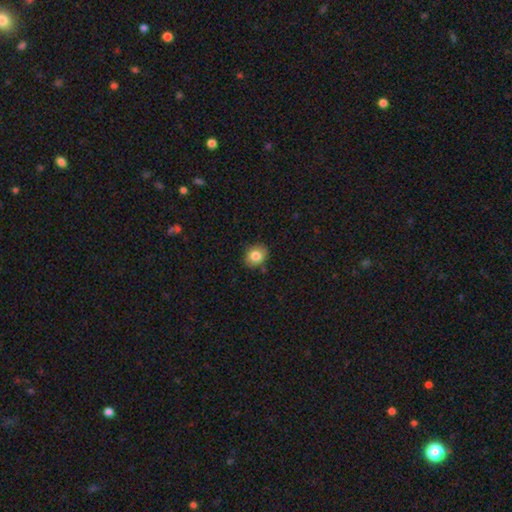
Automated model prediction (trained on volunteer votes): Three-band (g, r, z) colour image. It shows a smooth galaxy with no disk features (82%) that is round (62%). Merging: none (81%).